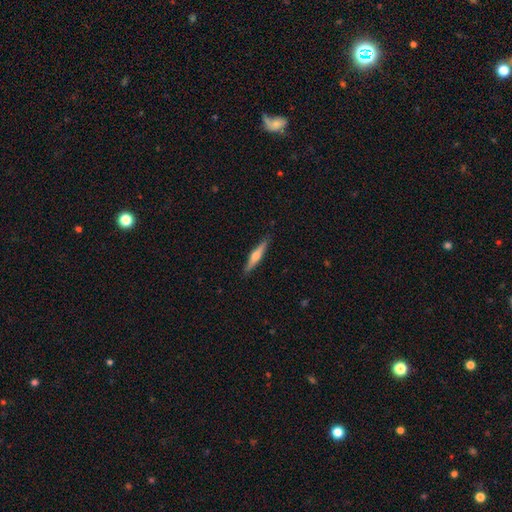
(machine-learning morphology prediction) Smooth or featured? Predicted: featured or disk (p=0.56). Edge-on disk? Predicted: yes (p=0.97). Edge-on bulge? Predicted: rounded (p=0.90). Merging? Predicted: none (p=0.90).